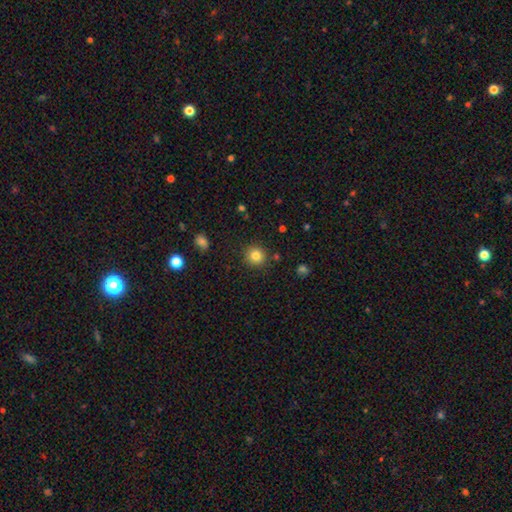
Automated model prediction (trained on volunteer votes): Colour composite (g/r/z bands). It shows a smooth galaxy with no disk features (83%) that is round (92%). Merging: none (89%).